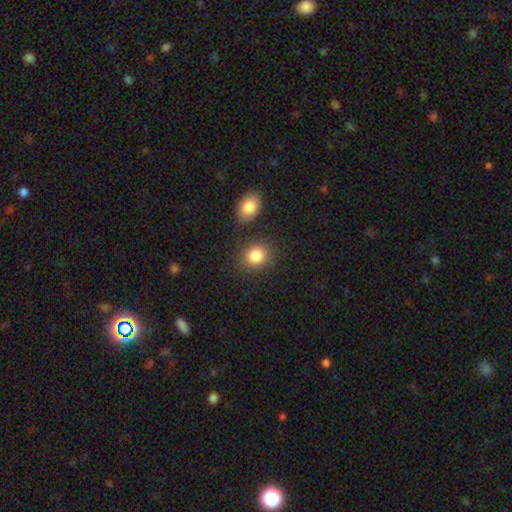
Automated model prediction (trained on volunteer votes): This is clearly a smooth galaxy (85%). How rounded: likely round (60%). Merging: likely none (77%).